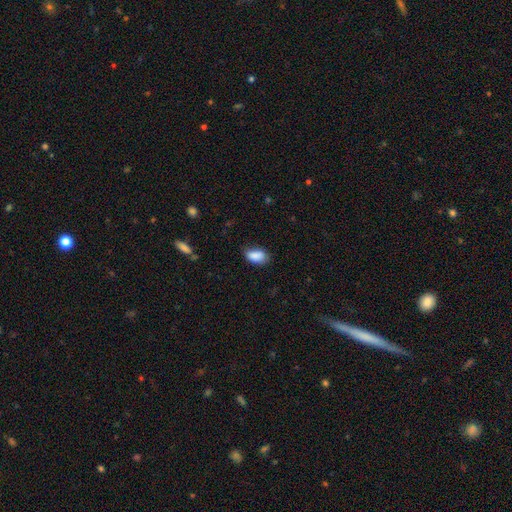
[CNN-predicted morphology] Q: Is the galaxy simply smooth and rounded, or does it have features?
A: smooth — 87%.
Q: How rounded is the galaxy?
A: in between — 92%.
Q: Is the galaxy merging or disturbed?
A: none — 69%.